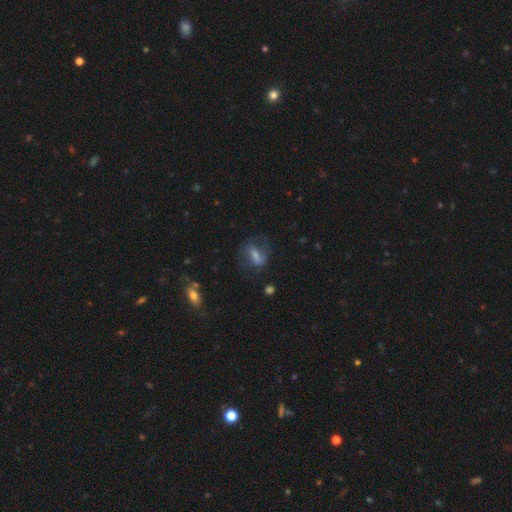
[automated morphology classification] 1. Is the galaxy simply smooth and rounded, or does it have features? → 48% featured or disk, 38% smooth, 14% star or artifact.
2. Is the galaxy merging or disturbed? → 61% none, 21% minor disturbance, 16% major disturbance, 3% merger.